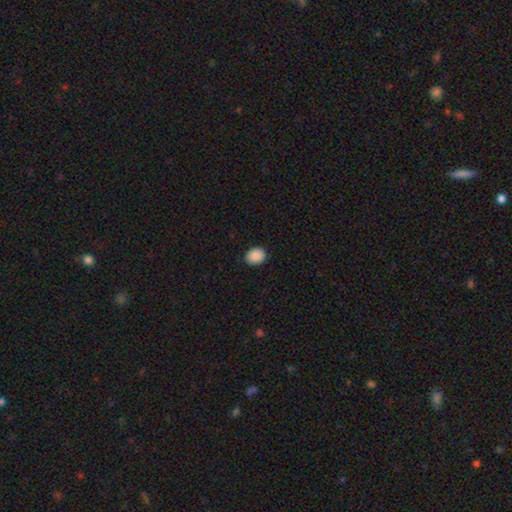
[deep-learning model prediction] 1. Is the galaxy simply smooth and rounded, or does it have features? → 89% smooth, 8% star or artifact, 3% featured or disk.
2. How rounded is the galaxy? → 55% in between, 44% round, 1% cigar-shaped.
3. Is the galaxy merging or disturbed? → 89% none, 8% minor disturbance, 2% major disturbance, 1% merger.